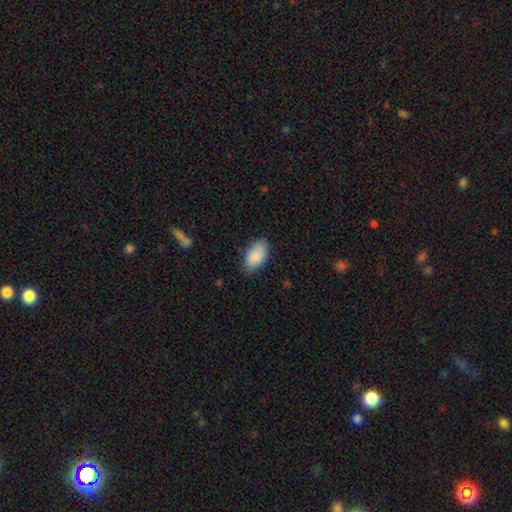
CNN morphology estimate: Overall: smooth (88%). How rounded: in between (94%). Merging: none (79%).